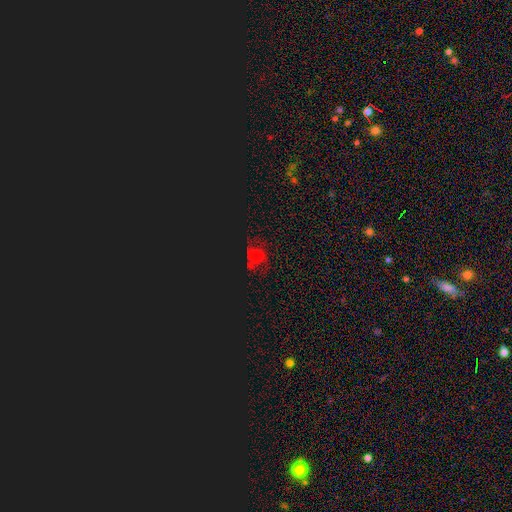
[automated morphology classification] Q: Smooth or featured?
A: star or artifact (43%); runner-up: smooth (31%)